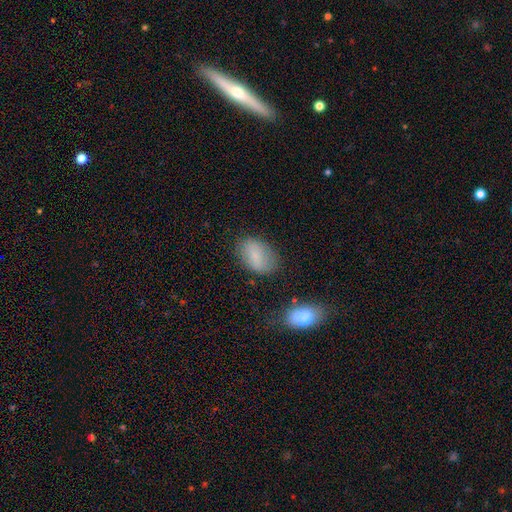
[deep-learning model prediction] This is likely a smooth galaxy (80%). How rounded: clearly in between (87%). Merging: likely none (71%).